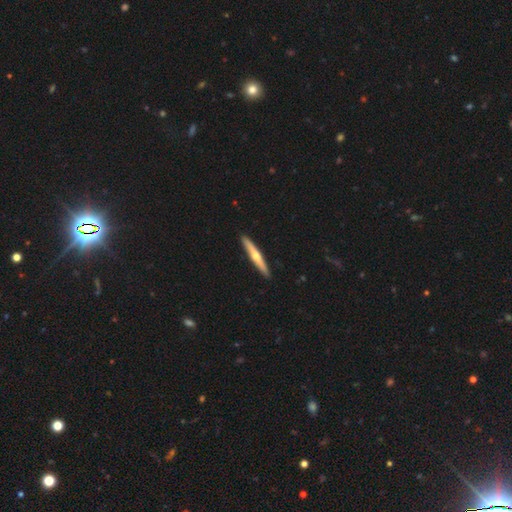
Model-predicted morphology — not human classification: featured or disk 58%, smooth 37%, star or artifact 5%. Down the decision tree: edge-on disk — yes (96%); edge-on bulge — rounded (88%); merging — none (92%).